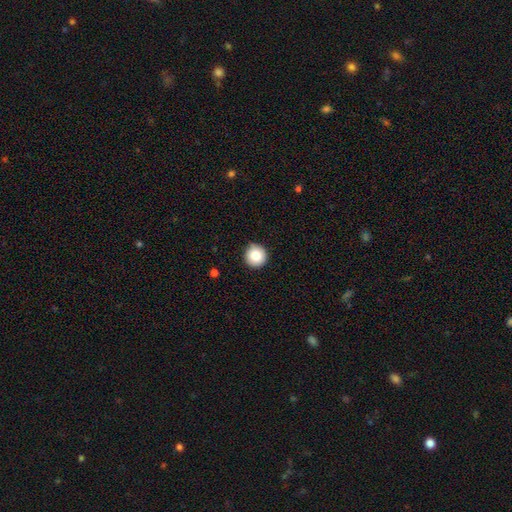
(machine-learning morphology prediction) Smooth or featured? Predicted: smooth (p=0.81). How rounded? Predicted: round (p=0.96). Merging? Predicted: none (p=0.91).